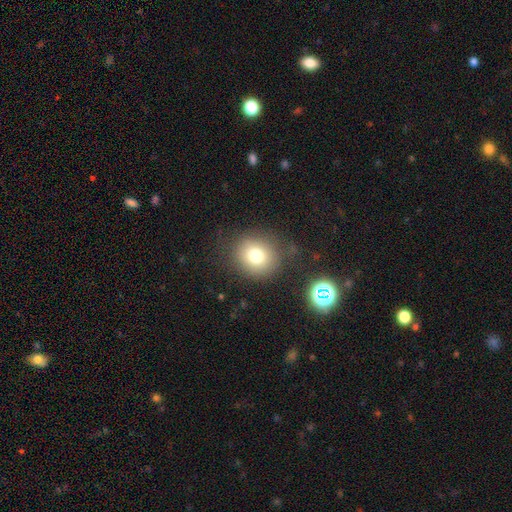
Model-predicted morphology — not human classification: This appears to be a smooth galaxy with no disk features (76%) that is round (81%). Merging: none (77%).